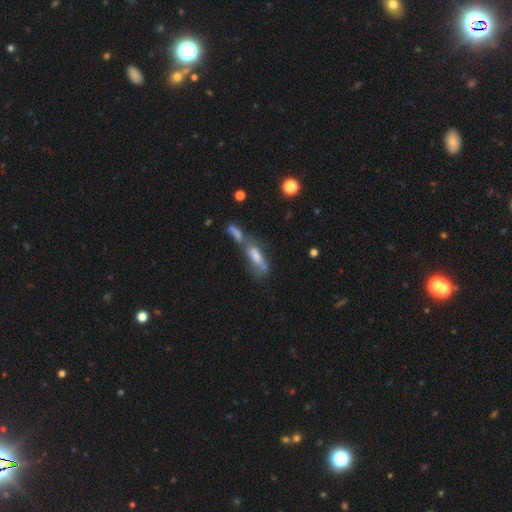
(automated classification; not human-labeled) This appears to be a smooth galaxy with no disk features (49%). Merging: merger (53%).